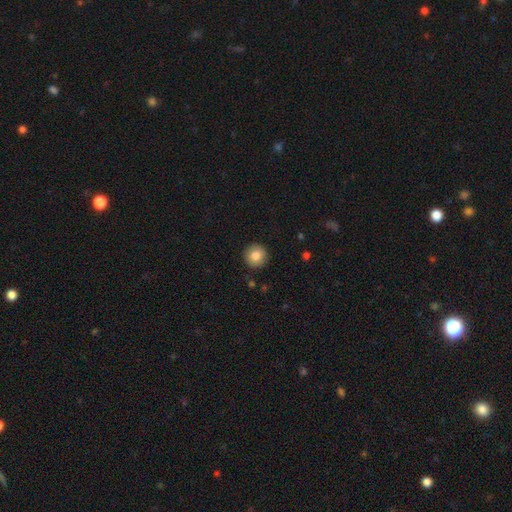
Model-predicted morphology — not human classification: This appears to be a smooth galaxy with no disk features (83%) that is round (95%). Merging: none (92%).